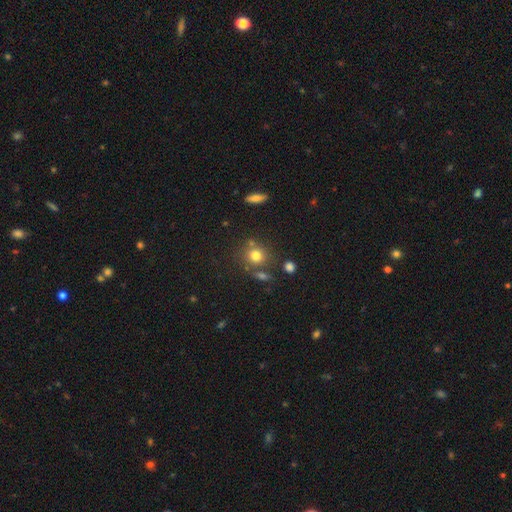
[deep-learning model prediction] Morphology: type=smooth (76%); roundness=round (82%); merging=none (69%).